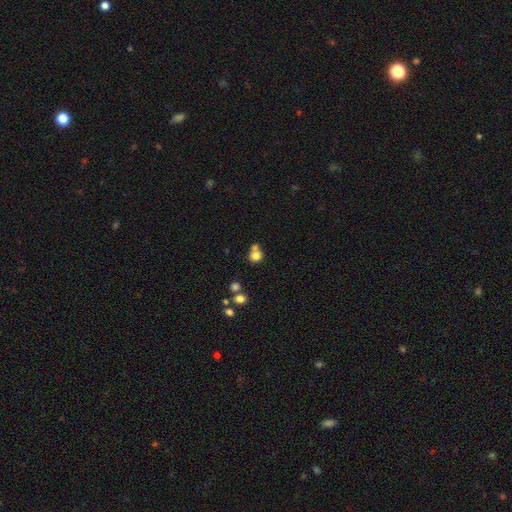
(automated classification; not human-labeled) This is likely a smooth galaxy (78%). How rounded: clearly round (85%). Merging: possibly none (50%).